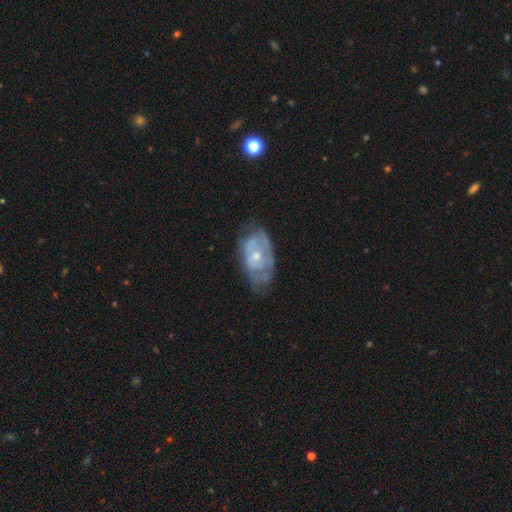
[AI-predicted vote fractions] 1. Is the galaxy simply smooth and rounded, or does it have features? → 64% featured or disk, 30% smooth, 6% star or artifact.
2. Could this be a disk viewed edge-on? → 94% no, 6% yes.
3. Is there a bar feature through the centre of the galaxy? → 82% no, 15% weak, 3% strong.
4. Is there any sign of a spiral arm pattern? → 53% yes, 47% no.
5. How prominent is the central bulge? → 53% small, 42% moderate, 2% none, 2% large, 1% dominant.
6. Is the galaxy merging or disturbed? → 51% none, 32% minor disturbance, 15% major disturbance, 2% merger.